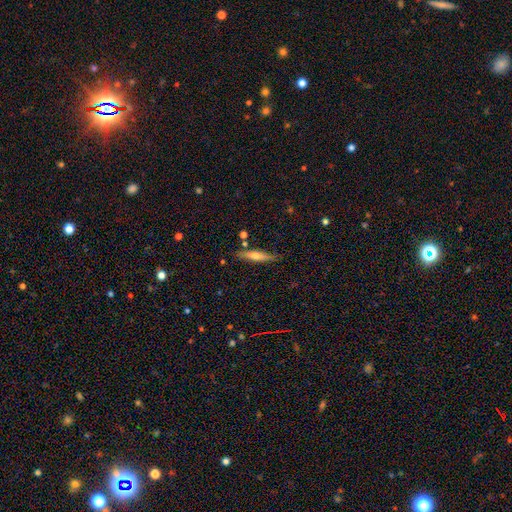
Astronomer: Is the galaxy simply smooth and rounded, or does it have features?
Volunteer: featured or disk — 52% (runner-up: smooth, 40%).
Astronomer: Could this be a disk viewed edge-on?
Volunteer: yes — 90%.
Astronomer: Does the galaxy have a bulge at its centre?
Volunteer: rounded — 84%.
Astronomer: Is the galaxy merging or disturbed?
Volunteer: none — 92%.